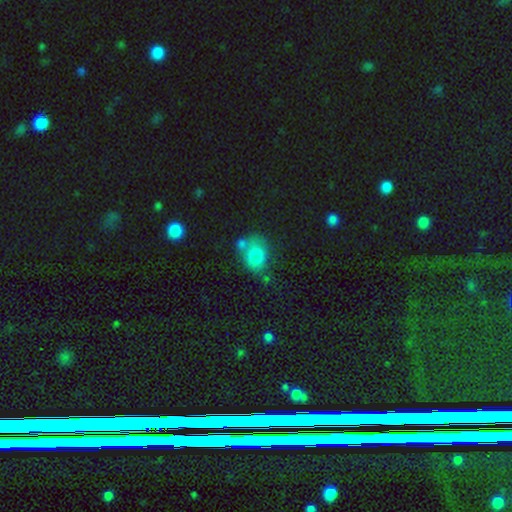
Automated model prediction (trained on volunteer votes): This appears to be a smooth galaxy with no disk features (77%) that is in between round and cigar-shaped (51%). Merging: none (48%).